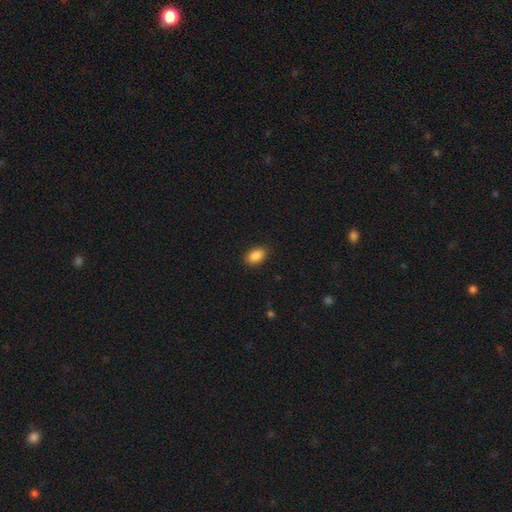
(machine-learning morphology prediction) The model was most divided on "merging": none: 88%, minor disturbance: 9%, major disturbance: 2%, merger: 1%. More confident: how rounded — in between (90%); smooth or featured — smooth (89%).